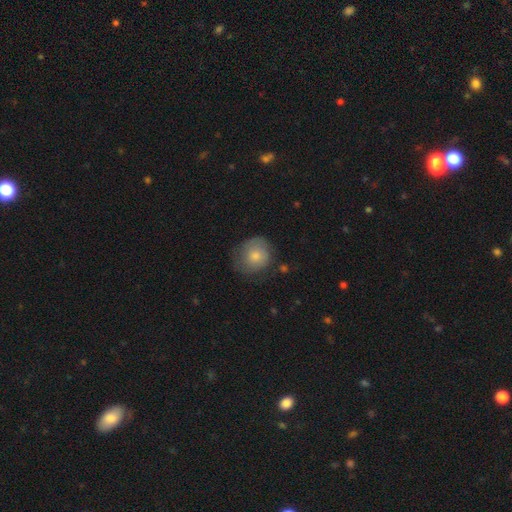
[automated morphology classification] The model was most divided on "merging": none: 62%, minor disturbance: 26%, major disturbance: 10%, merger: 2%. More confident: how rounded — round (80%); smooth or featured — smooth (75%).